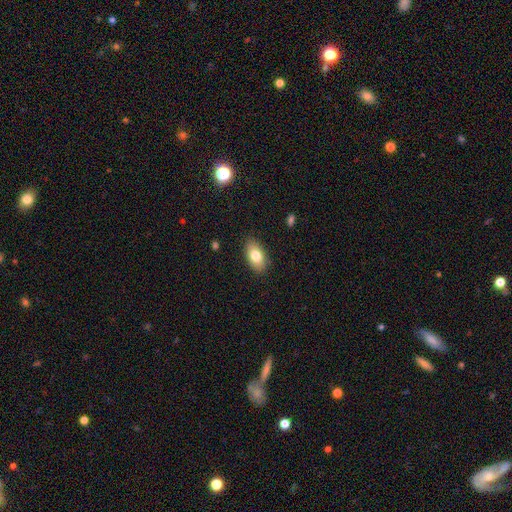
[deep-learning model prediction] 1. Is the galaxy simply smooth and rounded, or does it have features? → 79% smooth, 13% featured or disk, 7% star or artifact.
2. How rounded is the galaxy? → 92% in between, 6% round, 3% cigar-shaped.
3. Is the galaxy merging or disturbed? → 86% none, 10% minor disturbance, 2% major disturbance, 1% merger.